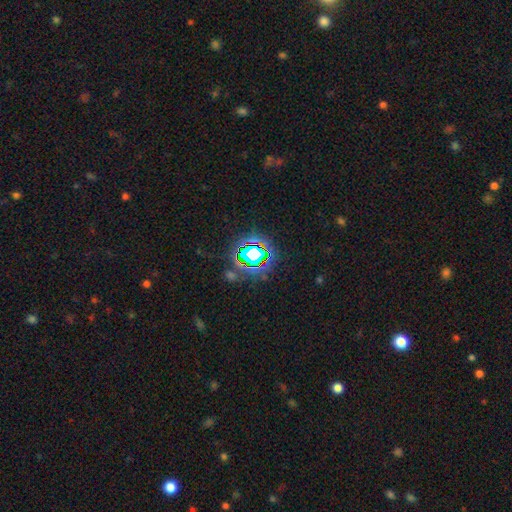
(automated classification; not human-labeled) Q: Smooth or featured?
A: star or artifact (68%); runner-up: smooth (19%)